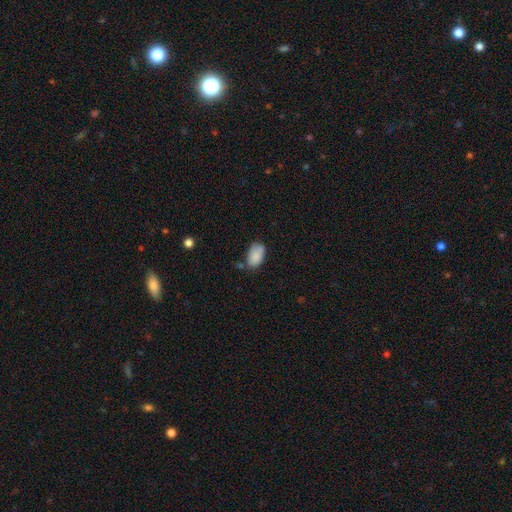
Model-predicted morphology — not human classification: Smooth or featured?
  - smooth: 84% *
  - featured or disk: 8%
  - star or artifact: 8%
How rounded?
  - in between: 92% *
  - round: 7%
  - cigar-shaped: 2%
Merging?
  - none: 53% *
  - minor disturbance: 30%
  - merger: 9%
  - major disturbance: 8%